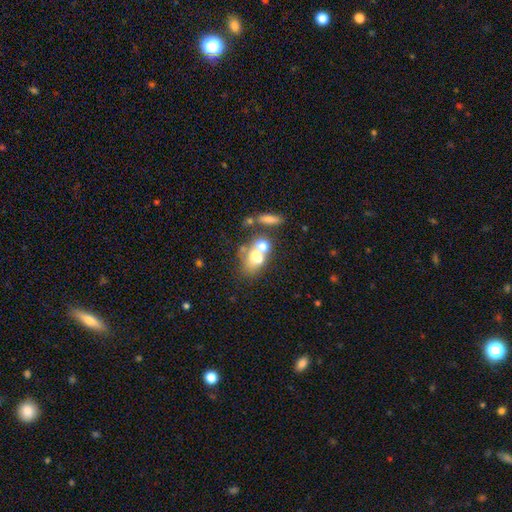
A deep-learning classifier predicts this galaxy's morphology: Q: Smooth or featured?
A: smooth (56%); runner-up: featured or disk (30%)
Q: How rounded?
A: in between (66%); runner-up: round (31%)
Q: Merging?
A: merger (56%); runner-up: none (25%)